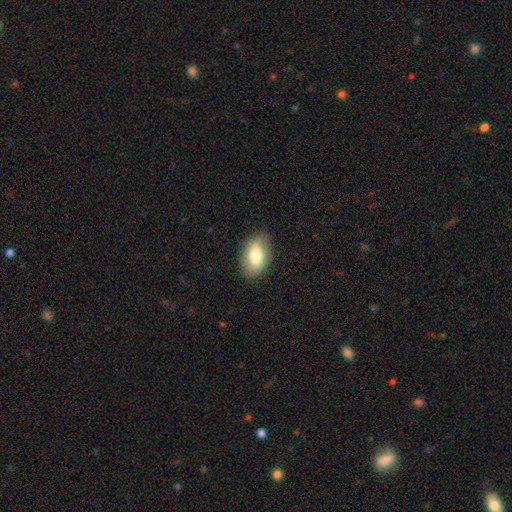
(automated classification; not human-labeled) Smooth or featured? Predicted: smooth (p=0.74). How rounded? Predicted: in between (p=0.91). Merging? Predicted: none (p=0.85).